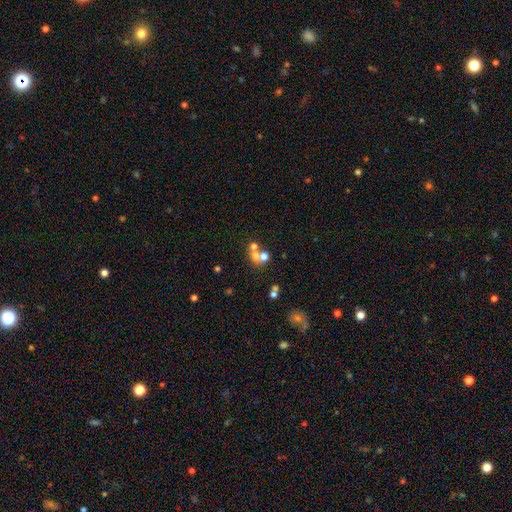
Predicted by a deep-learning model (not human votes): Smooth or featured: smooth — 57% (featured or disk — 23%)
How rounded: round — 77% (in between — 22%)
Merging: merger — 52% (none — 37%)